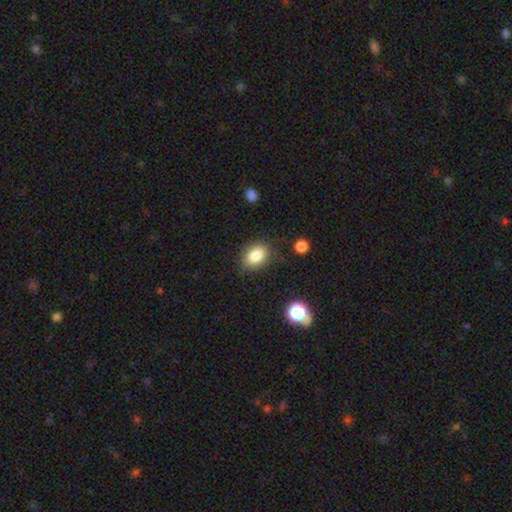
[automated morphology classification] A smooth galaxy with no disk features (84%) that is in between round and cigar-shaped (83%).

Vote fractions:
- Smooth or featured? smooth: 84% / star or artifact: 9% / featured or disk: 7%
- How rounded? in between: 83% / round: 15% / cigar-shaped: 2%
- Merging? none: 78% / minor disturbance: 16% / major disturbance: 4% / merger: 2%